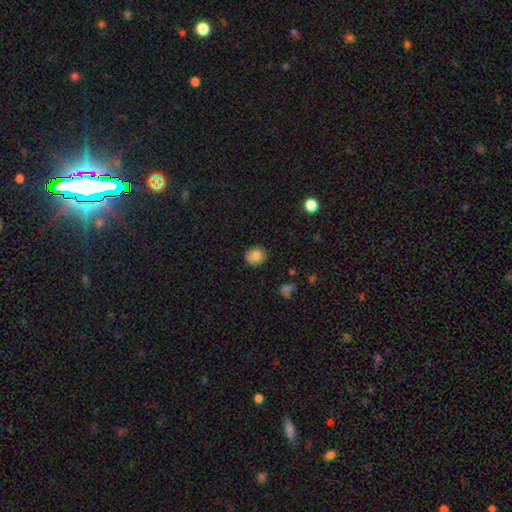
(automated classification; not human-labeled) smooth-or-featured: smooth: 82% | star or artifact: 9% | featured or disk: 9%
  how-rounded: round: 87% | in between: 12% | cigar-shaped: 1%
  merging: none: 86% | minor disturbance: 11% | major disturbance: 2% | merger: 1%